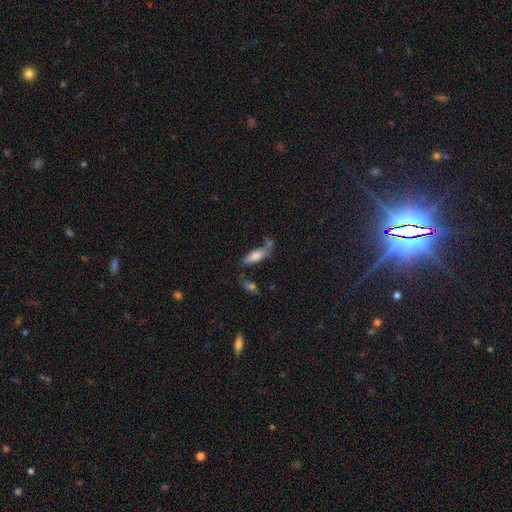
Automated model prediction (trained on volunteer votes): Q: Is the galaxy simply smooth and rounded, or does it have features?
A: smooth — 72%.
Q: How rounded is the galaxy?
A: in between — 61%.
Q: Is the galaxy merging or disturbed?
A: none — 55%.